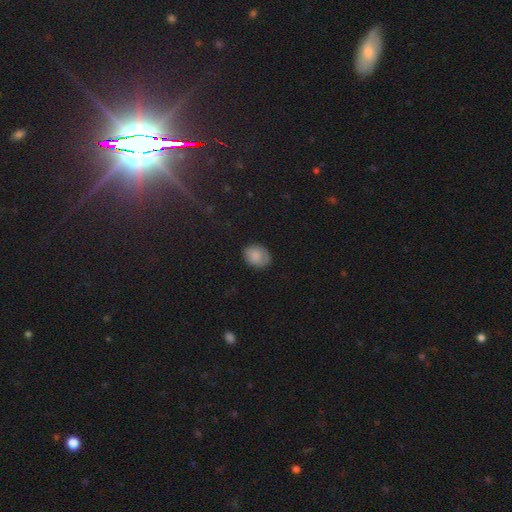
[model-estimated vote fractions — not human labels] This is clearly a smooth galaxy (83%). How rounded: possibly in between (58%). Merging: likely none (77%).